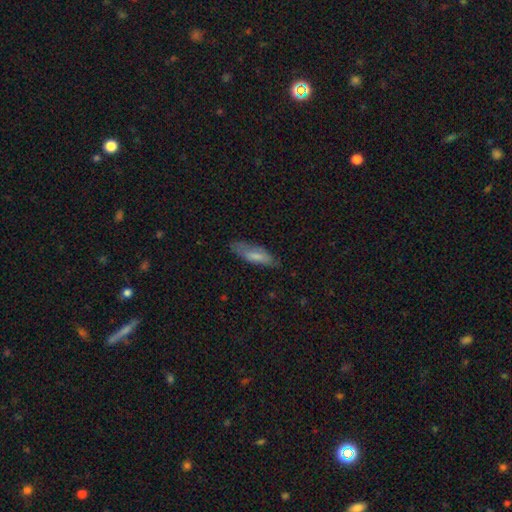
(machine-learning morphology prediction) Q: Smooth or featured?
A: smooth (70%); runner-up: featured or disk (23%)
Q: How rounded?
A: in between (51%); runner-up: cigar-shaped (47%)
Q: Merging?
A: none (73%); runner-up: minor disturbance (21%)